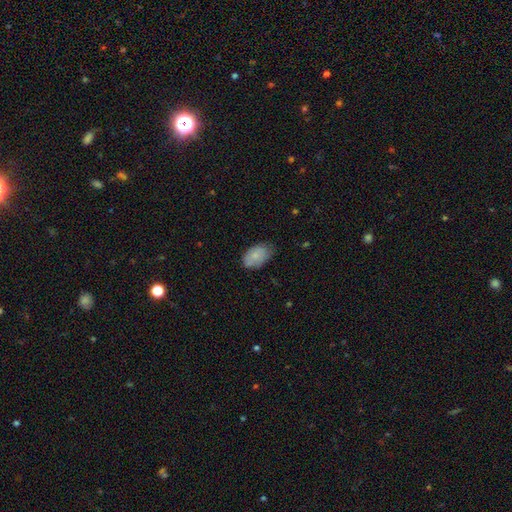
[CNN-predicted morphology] Smooth or featured: smooth — 80% (featured or disk — 13%)
How rounded: in between — 92% (round — 7%)
Merging: none — 66% (minor disturbance — 28%)